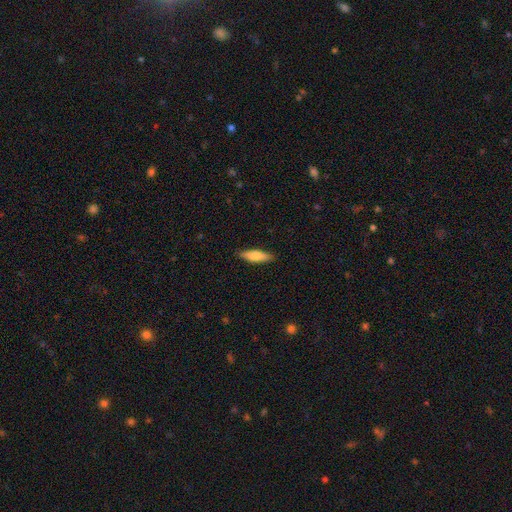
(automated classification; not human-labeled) A smooth galaxy with no disk features (73%) that is cigar-shaped (64%).

Vote fractions:
- Smooth or featured? smooth: 73% / featured or disk: 21% / star or artifact: 6%
- How rounded? cigar-shaped: 64% / in between: 35% / round: 2%
- Merging? none: 88% / minor disturbance: 9% / major disturbance: 2% / merger: 1%